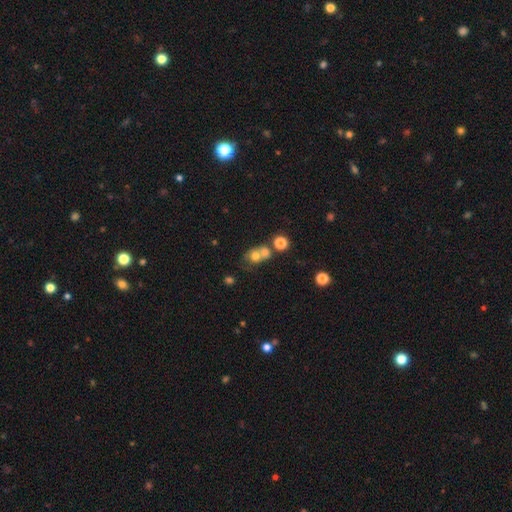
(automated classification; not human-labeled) smooth_or_featured: smooth (p=0.68) [alt: featured or disk p=0.18]
how_rounded: round (p=0.70) [alt: in between p=0.28]
merging: merger (p=0.55) [alt: none p=0.31]